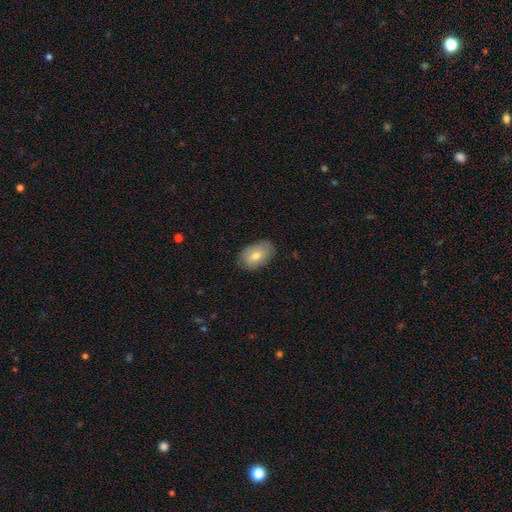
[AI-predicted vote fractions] This appears to be a smooth galaxy with no disk features (70%) that is in between round and cigar-shaped (90%). Merging: none (81%).